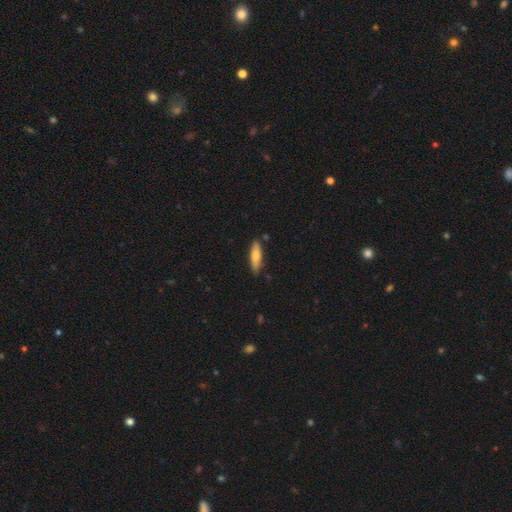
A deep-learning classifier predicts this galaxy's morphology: A smooth galaxy with no disk features (69%) that is cigar-shaped (64%).

Vote fractions:
- Smooth or featured? smooth: 69% / featured or disk: 24% / star or artifact: 6%
- How rounded? cigar-shaped: 64% / in between: 34% / round: 2%
- Merging? none: 83% / minor disturbance: 13% / merger: 2% / major disturbance: 2%